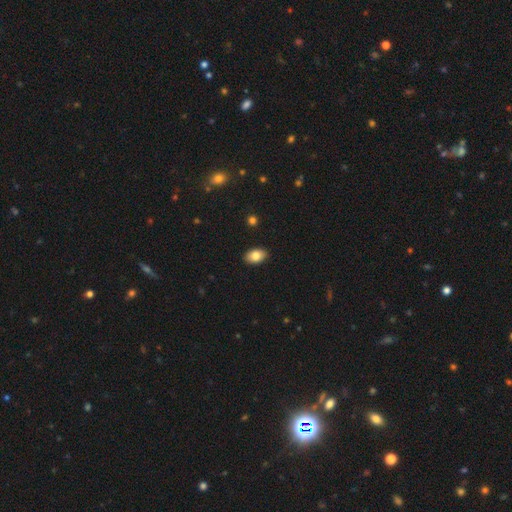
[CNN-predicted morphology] Smooth or featured? smooth (83%)
How rounded? in between (90%)
Merging? none (90%)